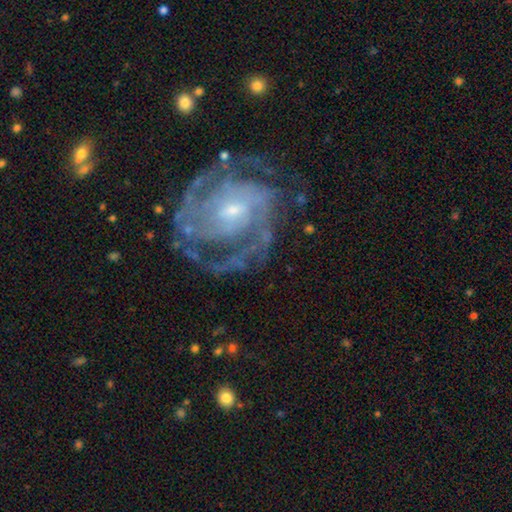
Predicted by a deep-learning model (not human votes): Overall: featured or disk (90%). Edge-on disk: no (98%). Bar: weak (43%, tied with no). Spiral arms: yes (97%). Spiral arm count: 2 (43%; 3 20%). Spiral winding: tight (55%; medium 38%). Bulge size: small (59%; moderate 35%). Merging: none (72%).